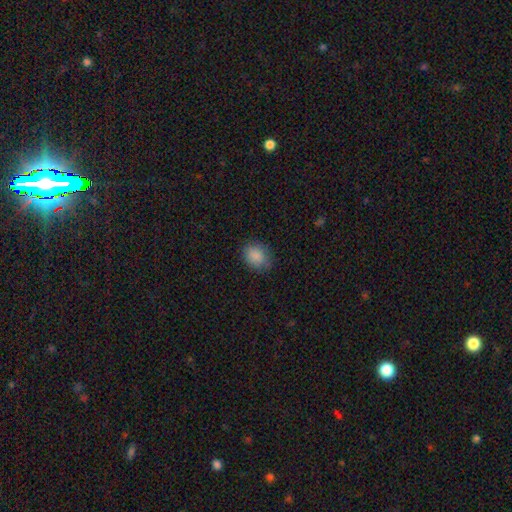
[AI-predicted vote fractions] smooth_or_featured: smooth (p=0.87) [alt: star or artifact p=0.09]
how_rounded: round (p=0.60) [alt: in between p=0.39]
merging: none (p=0.81) [alt: minor disturbance p=0.14]